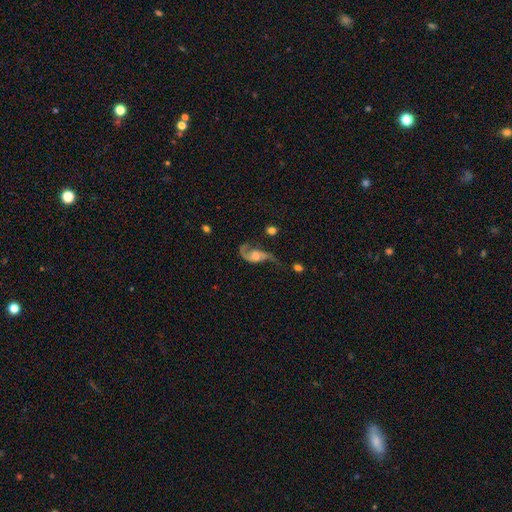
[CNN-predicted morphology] type=featured or disk (81%); edge-on=no (96%); bar=no (56%); spiral arms=yes (93%); winding=loose (68%); arm count=2 (80%); bulge=moderate (47%); merging=none (37%).